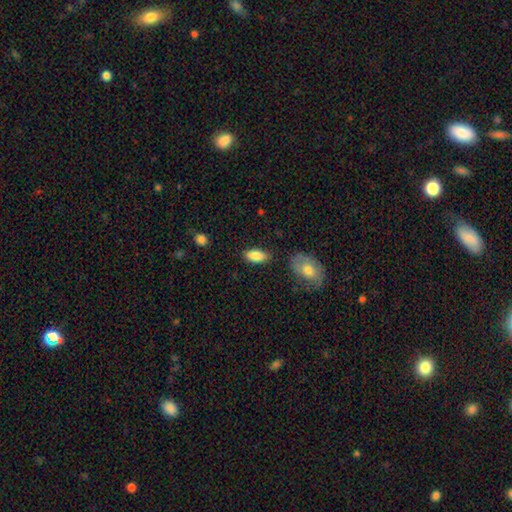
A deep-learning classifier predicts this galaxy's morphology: Q: Smooth or featured?
A: smooth (87%); runner-up: featured or disk (7%)
Q: How rounded?
A: in between (89%); runner-up: cigar-shaped (9%)
Q: Merging?
A: none (82%); runner-up: minor disturbance (12%)